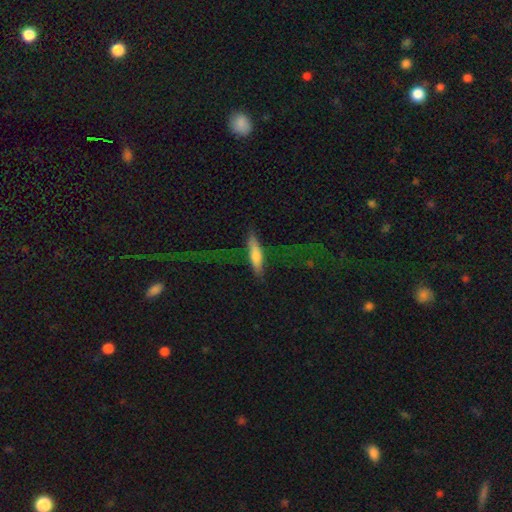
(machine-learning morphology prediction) smooth_or_featured: smooth (p=0.61) [alt: featured or disk p=0.33]
how_rounded: cigar-shaped (p=0.77) [alt: in between p=0.21]
merging: none (p=0.63) [alt: minor disturbance p=0.19]